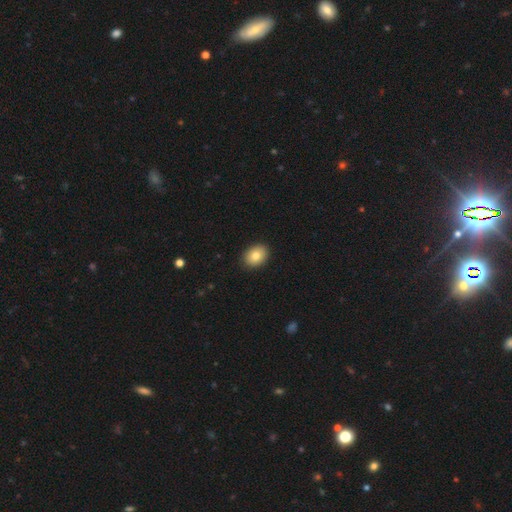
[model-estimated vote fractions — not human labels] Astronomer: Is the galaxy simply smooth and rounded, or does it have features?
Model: smooth — 83%.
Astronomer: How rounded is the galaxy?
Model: in between — 63%.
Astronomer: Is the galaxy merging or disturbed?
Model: none — 90%.